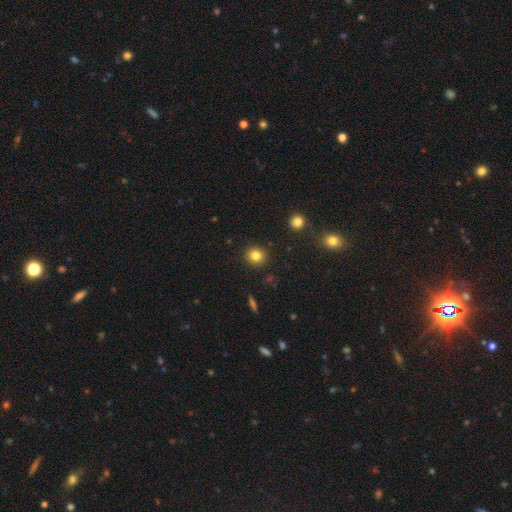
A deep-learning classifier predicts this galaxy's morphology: type=smooth (82%); roundness=round (85%); merging=none (90%).